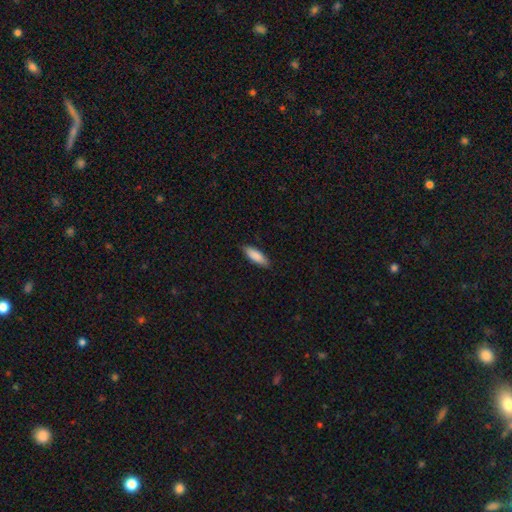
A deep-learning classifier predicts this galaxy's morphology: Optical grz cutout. It shows a smooth galaxy with no disk features (87%) that is in between round and cigar-shaped (56%). Merging: none (87%).